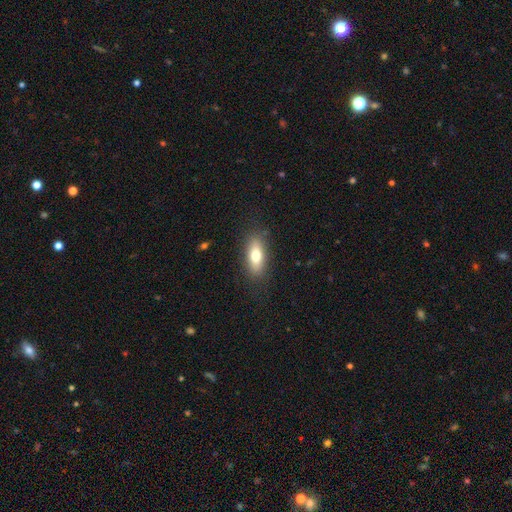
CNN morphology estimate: Smooth or featured? smooth (73%)
How rounded? in between (76%)
Merging? none (85%)